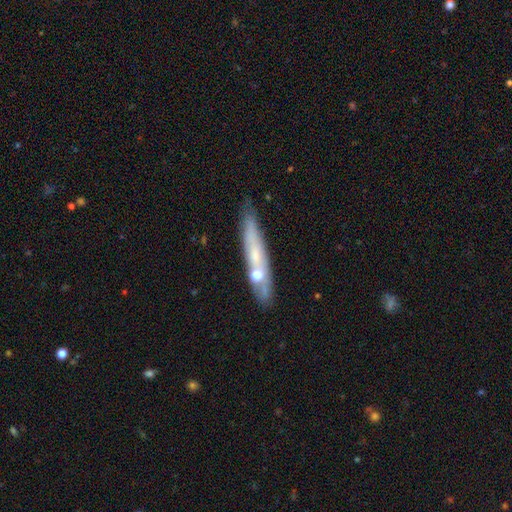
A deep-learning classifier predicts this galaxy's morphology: A featured or disk galaxy (47%). Merging: none (69%).